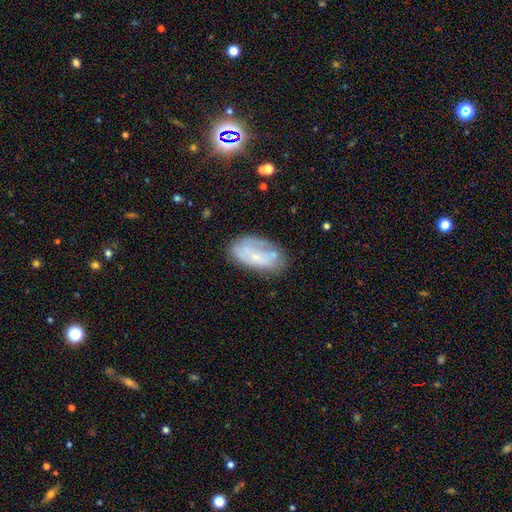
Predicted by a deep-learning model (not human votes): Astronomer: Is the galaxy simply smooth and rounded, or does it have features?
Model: featured or disk — 48% (runner-up: smooth, 43%).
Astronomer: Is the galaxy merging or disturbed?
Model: none — 54%.